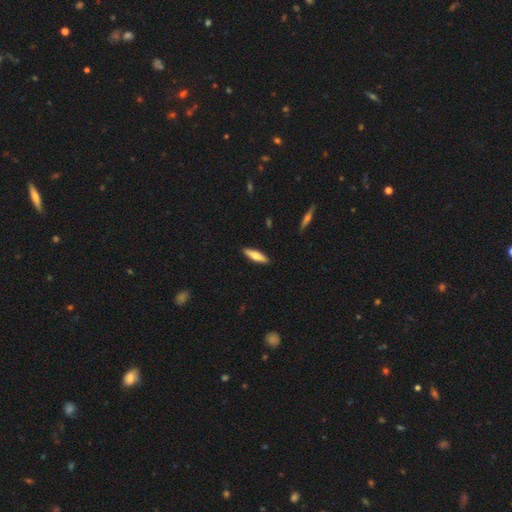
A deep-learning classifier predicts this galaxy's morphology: smooth 66%, featured or disk 29%, star or artifact 6%. Down the decision tree: how rounded — cigar-shaped (66%); merging — none (90%).